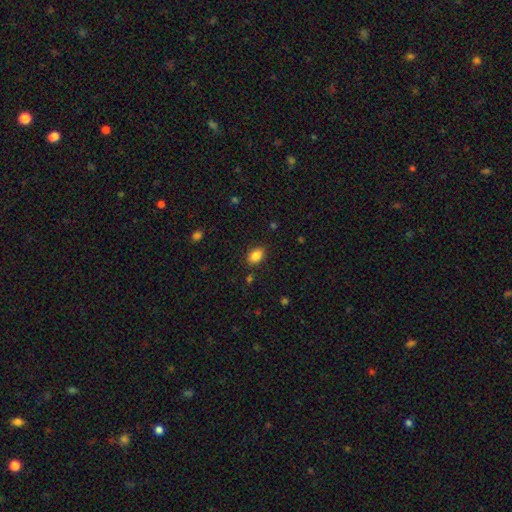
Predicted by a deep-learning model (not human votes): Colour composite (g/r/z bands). It shows a smooth galaxy with no disk features (86%) that is in between round and cigar-shaped (83%). Merging: none (85%).